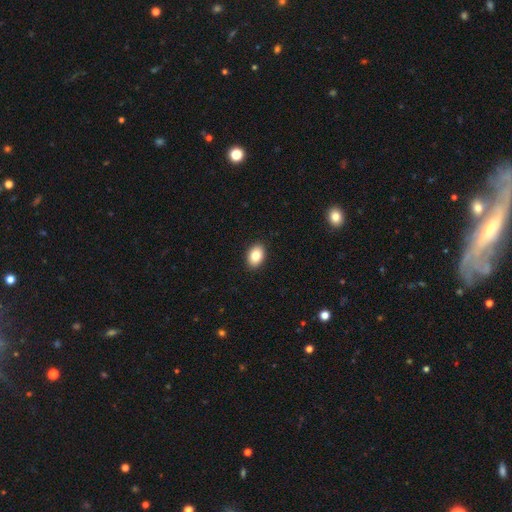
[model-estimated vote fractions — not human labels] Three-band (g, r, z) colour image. It shows a smooth galaxy with no disk features (83%) that is in between round and cigar-shaped (83%). Merging: none (91%).